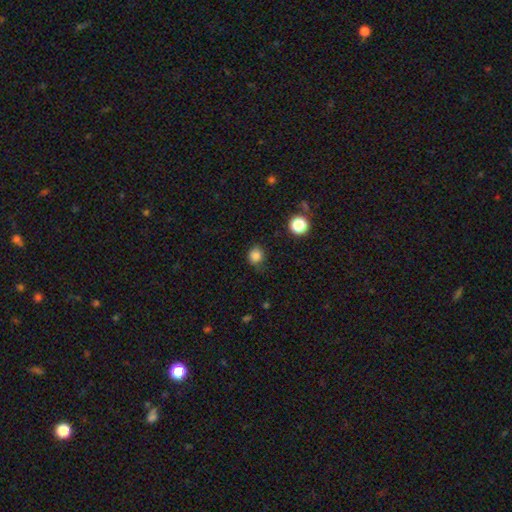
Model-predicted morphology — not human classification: The model was most divided on "merging": none: 77%, minor disturbance: 17%, major disturbance: 4%, merger: 2%. More confident: smooth or featured — smooth (83%); how rounded — round (82%).